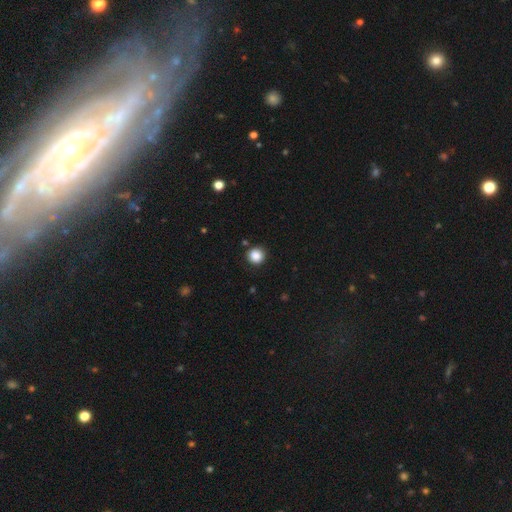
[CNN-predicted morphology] smooth 86%, star or artifact 11%, featured or disk 3%. Down the decision tree: how rounded — round (93%); merging — none (89%).